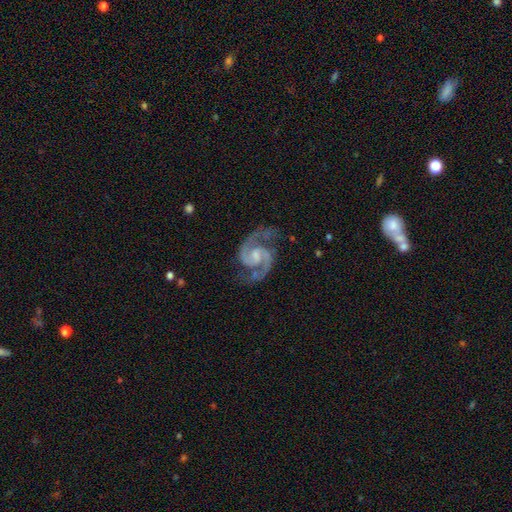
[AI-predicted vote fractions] Smooth or featured? featured or disk (94%)
Edge-on disk? no (98%)
Bar? weak (51%)
Spiral arms? yes (99%)
Spiral winding? medium (68%)
Spiral arm count? 2 (94%)
Bulge size? small (38%)
Merging? none (76%)